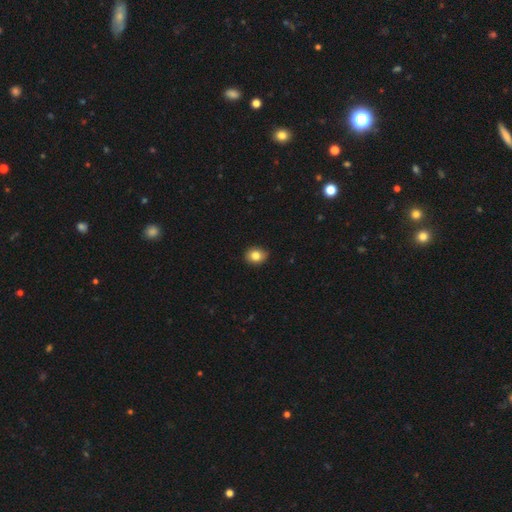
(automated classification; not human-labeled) Smooth or featured?
  - smooth: 82% *
  - star or artifact: 9%
  - featured or disk: 9%
How rounded?
  - round: 54% *
  - in between: 45%
  - cigar-shaped: 1%
Merging?
  - none: 80% *
  - minor disturbance: 17%
  - major disturbance: 2%
  - merger: 1%